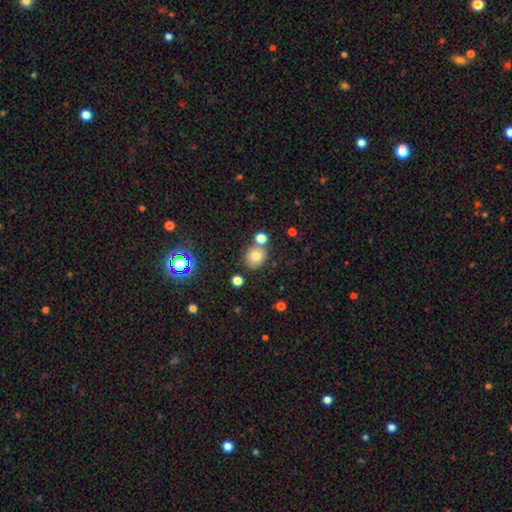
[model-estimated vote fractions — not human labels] This is likely a smooth galaxy (75%). How rounded: likely round (74%). Merging: likely none (71%).